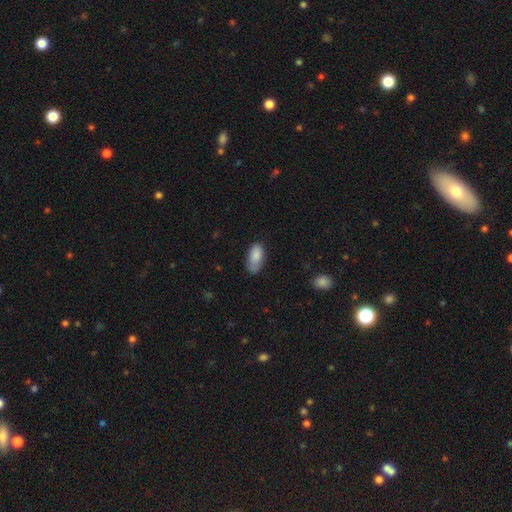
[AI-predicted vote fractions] Q: Smooth or featured?
A: smooth (85%); runner-up: featured or disk (8%)
Q: How rounded?
A: in between (92%); runner-up: cigar-shaped (5%)
Q: Merging?
A: none (62%); runner-up: minor disturbance (29%)